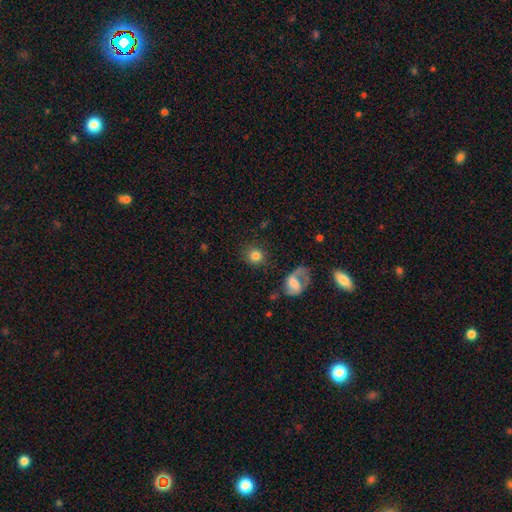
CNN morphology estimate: A smooth galaxy with no disk features (79%) that is round (83%). Merging: none (78%).